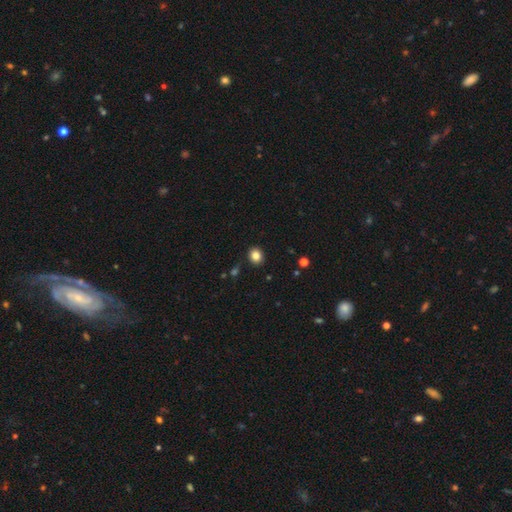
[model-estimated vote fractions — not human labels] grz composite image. It shows a smooth galaxy with no disk features (84%) that is round (64%). Merging: none (89%).